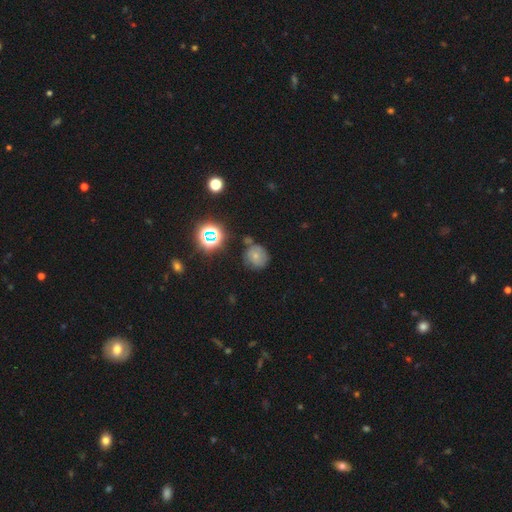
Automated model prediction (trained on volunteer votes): A smooth galaxy with no disk features (56%) that is round (84%). Merging: none (61%).